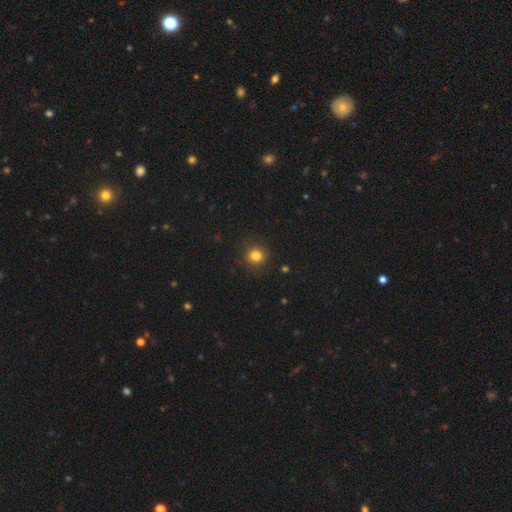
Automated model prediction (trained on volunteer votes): Smooth or featured: smooth — 82% (star or artifact — 13%)
How rounded: round — 92% (in between — 7%)
Merging: none — 90% (minor disturbance — 7%)